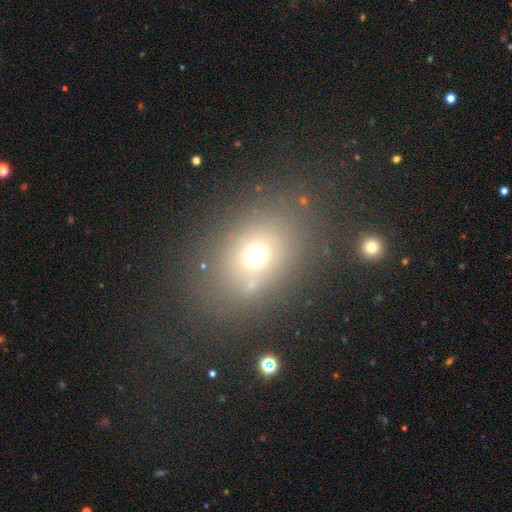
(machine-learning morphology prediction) Q: Smooth or featured?
A: smooth (66%); runner-up: star or artifact (20%)
Q: How rounded?
A: in between (52%); runner-up: round (46%)
Q: Merging?
A: none (77%); runner-up: minor disturbance (12%)